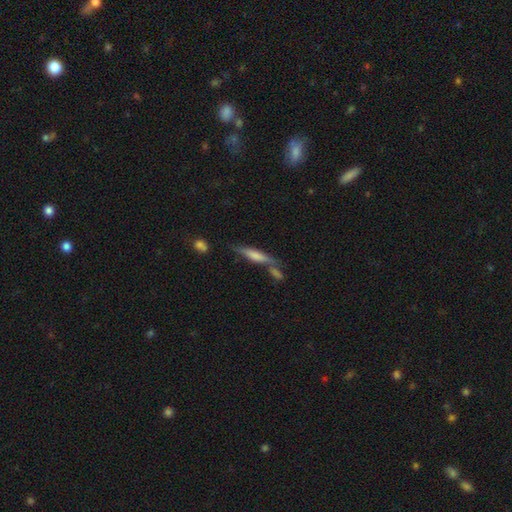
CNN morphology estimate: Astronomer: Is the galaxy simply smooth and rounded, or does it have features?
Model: smooth — 56% (runner-up: featured or disk, 37%).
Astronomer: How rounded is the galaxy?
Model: cigar-shaped — 79%.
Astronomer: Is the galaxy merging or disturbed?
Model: none — 52% (runner-up: merger, 28%).